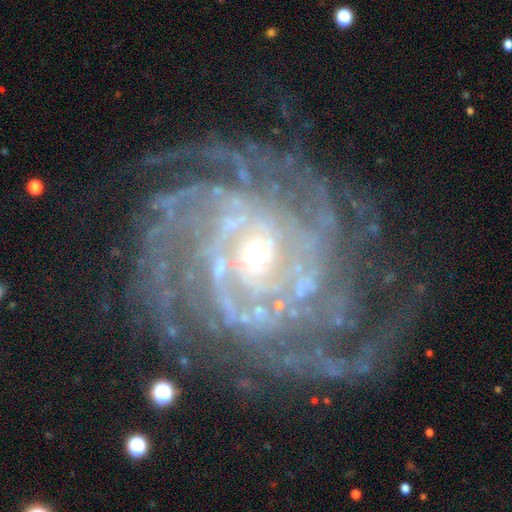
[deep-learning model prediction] Smooth or featured? Predicted: featured or disk (p=0.91). Edge-on disk? Predicted: no (p=0.97). Bar? Predicted: no (p=0.55). Spiral arms? Predicted: yes (p=0.98). Spiral winding? Predicted: tight (p=0.72). Spiral arm count? Predicted: more than 4 (p=0.22, tied with 4). Bulge size? Predicted: small (p=0.61). Merging? Predicted: none (p=0.71).